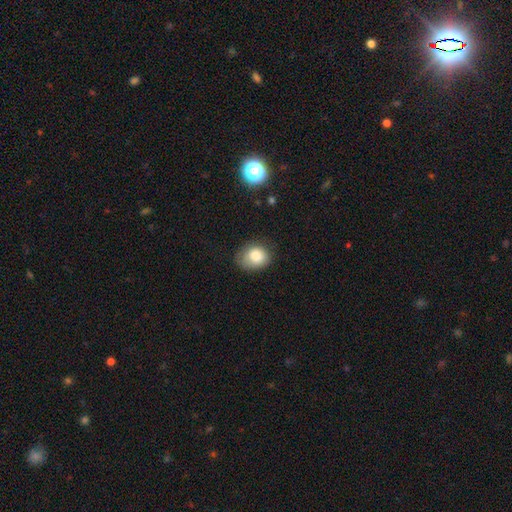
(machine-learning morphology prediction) The model was most divided on "how rounded": round: 54%, in between: 45%, cigar-shaped: 1%. More confident: smooth or featured — smooth (81%); merging — none (66%).